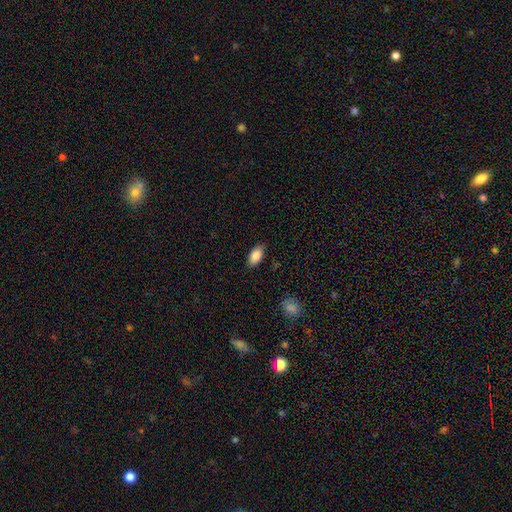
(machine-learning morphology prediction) smooth-or-featured: smooth: 87% | star or artifact: 7% | featured or disk: 6%
  how-rounded: in between: 93% | cigar-shaped: 3% | round: 3%
  merging: none: 82% | minor disturbance: 14% | major disturbance: 3% | merger: 1%